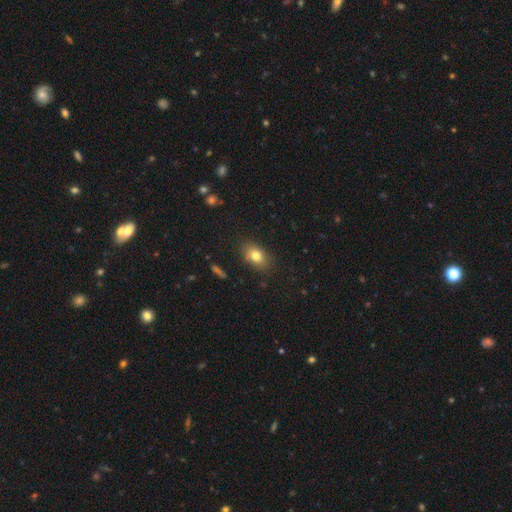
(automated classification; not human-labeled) Smooth or featured?
  - smooth: 79% *
  - featured or disk: 11%
  - star or artifact: 10%
How rounded?
  - in between: 78% *
  - round: 20%
  - cigar-shaped: 2%
Merging?
  - none: 84% *
  - minor disturbance: 12%
  - major disturbance: 3%
  - merger: 1%